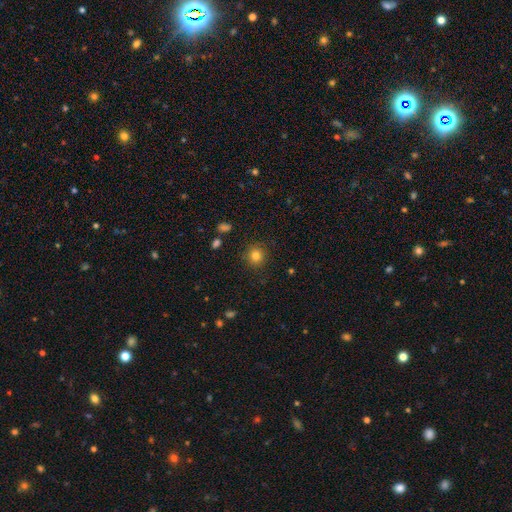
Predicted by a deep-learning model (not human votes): A smooth galaxy with no disk features (81%) that is round (91%).

Vote fractions:
- Smooth or featured? smooth: 81% / star or artifact: 13% / featured or disk: 6%
- How rounded? round: 91% / in between: 8% / cigar-shaped: 1%
- Merging? none: 89% / minor disturbance: 7% / major disturbance: 3% / merger: 1%